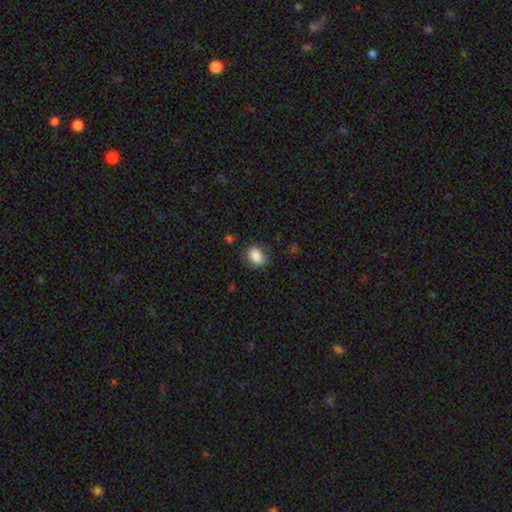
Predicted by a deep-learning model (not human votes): Smooth or featured? smooth (86%)
How rounded? in between (70%)
Merging? none (74%)